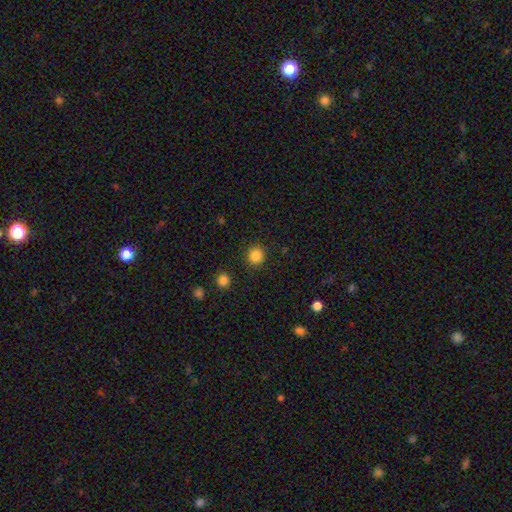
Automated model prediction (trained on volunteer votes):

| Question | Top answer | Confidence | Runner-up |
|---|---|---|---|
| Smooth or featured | smooth | 85% | star or artifact (11%) |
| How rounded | round | 89% | in between (11%) |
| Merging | none | 90% | minor disturbance (6%) |